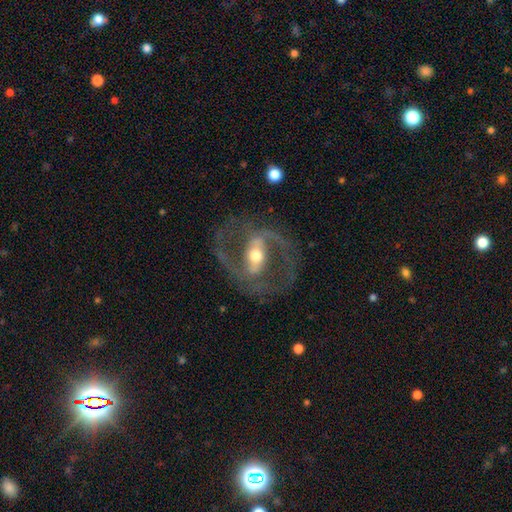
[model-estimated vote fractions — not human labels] smooth-or-featured: featured or disk: 90% | smooth: 6% | star or artifact: 4%
  disk-edge-on: no: 96% | yes: 4%
    bar: strong: 58% | weak: 29% | no: 13%
    has-spiral-arms: yes: 93% | no: 7%
      spiral-winding: medium: 62% | loose: 22% | tight: 16%
      spiral-arm-count: 2: 93% | can't tell: 2% | 1: 1% | 3: 1% | 4: 1% | more than 4: 1%
    bulge-size: moderate: 69% | small: 17% | large: 11% | dominant: 1% | none: 1%
  merging: none: 78% | minor disturbance: 11% | major disturbance: 9% | merger: 1%